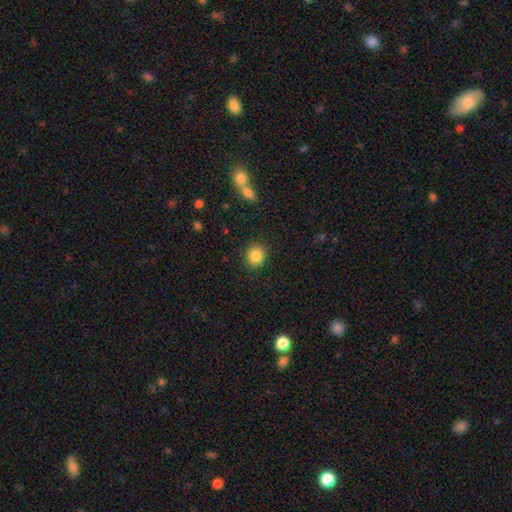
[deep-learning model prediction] Smooth or featured?
  - smooth: 86% *
  - star or artifact: 10%
  - featured or disk: 4%
How rounded?
  - round: 87% *
  - in between: 12%
  - cigar-shaped: 1%
Merging?
  - none: 90% *
  - minor disturbance: 7%
  - major disturbance: 2%
  - merger: 1%